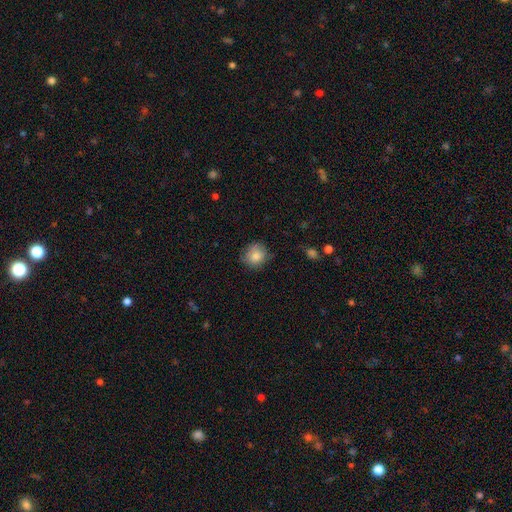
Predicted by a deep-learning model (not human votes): smooth_or_featured: smooth (p=0.83) [alt: featured or disk p=0.08]
how_rounded: round (p=0.86) [alt: in between p=0.13]
merging: none (p=0.76) [alt: minor disturbance p=0.19]